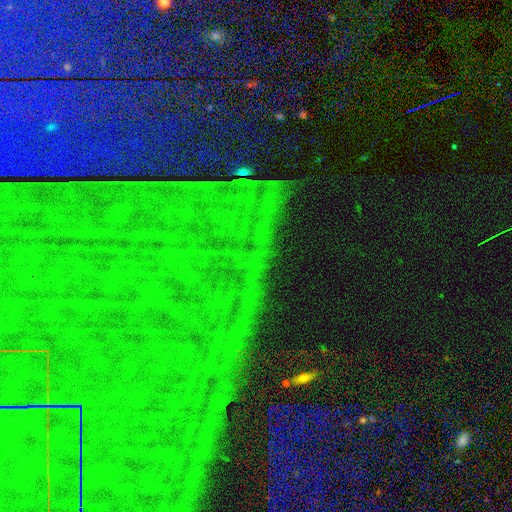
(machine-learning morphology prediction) smooth_or_featured: star or artifact (p=0.87) [alt: featured or disk p=0.07]